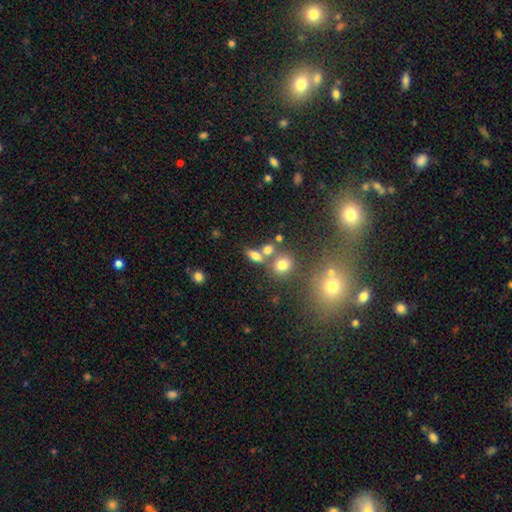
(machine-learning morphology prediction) Smooth or featured? Predicted: smooth (p=0.69). How rounded? Predicted: in between (p=0.71). Merging? Predicted: none (p=0.52).